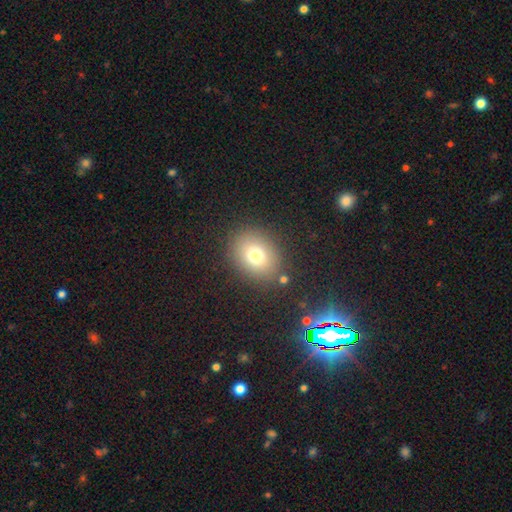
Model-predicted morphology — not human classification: smooth 73%, star or artifact 15%, featured or disk 12%. Down the decision tree: how rounded — round (55%); merging — none (84%).